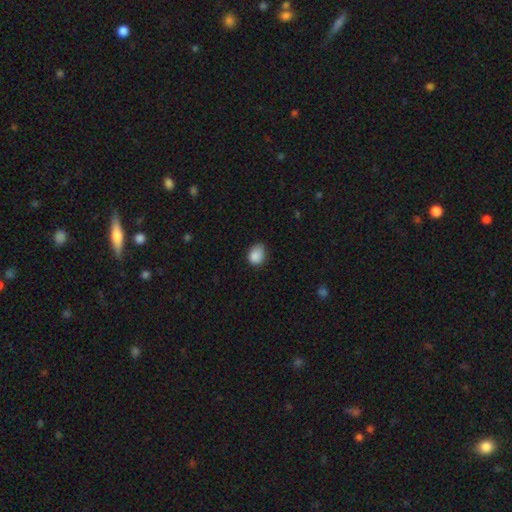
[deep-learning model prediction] Smooth or featured? Predicted: smooth (p=0.87). How rounded? Predicted: in between (p=0.54). Merging? Predicted: none (p=0.58).